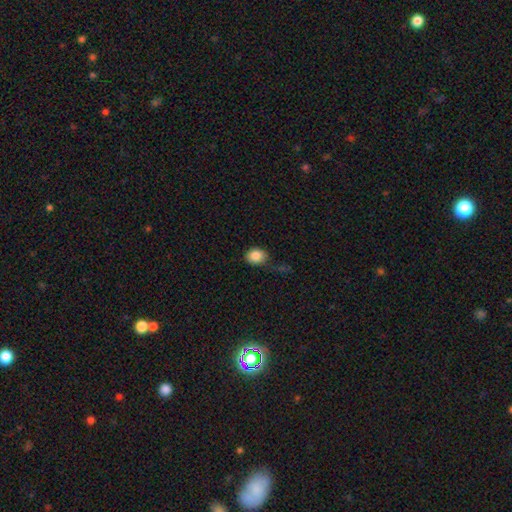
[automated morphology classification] The model was most divided on "how rounded": round: 57%, in between: 42%, cigar-shaped: 1%. More confident: smooth or featured — smooth (85%); merging — none (64%).